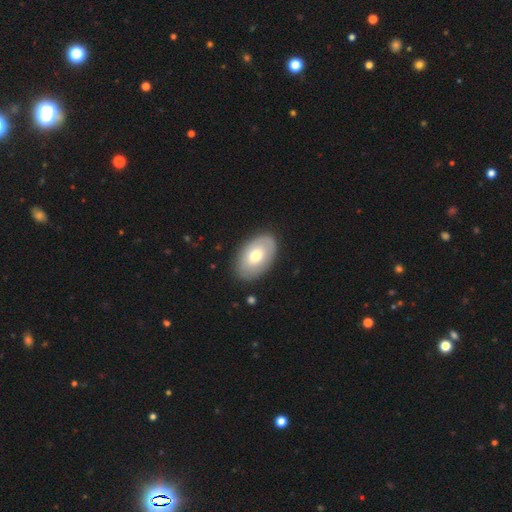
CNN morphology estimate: A smooth galaxy with no disk features (64%) that is in between round and cigar-shaped (91%). Merging: none (86%).